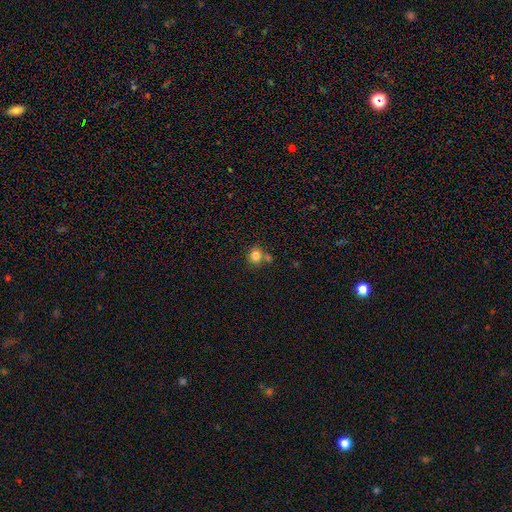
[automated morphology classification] This is clearly a smooth galaxy (82%). How rounded: clearly round (82%). Merging: likely none (64%).